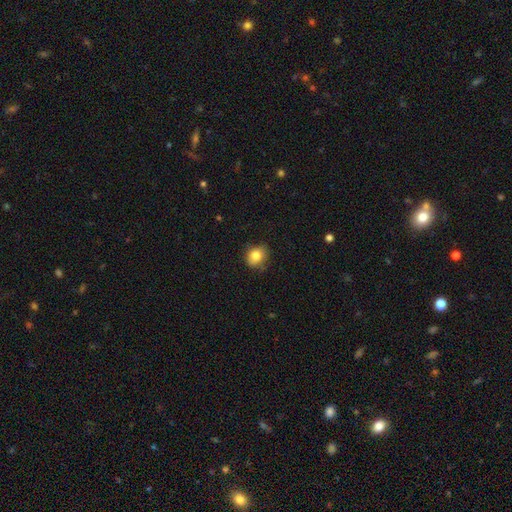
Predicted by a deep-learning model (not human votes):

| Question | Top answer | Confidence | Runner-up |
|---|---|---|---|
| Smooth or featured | smooth | 82% | star or artifact (10%) |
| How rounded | round | 64% | in between (36%) |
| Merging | none | 75% | minor disturbance (20%) |